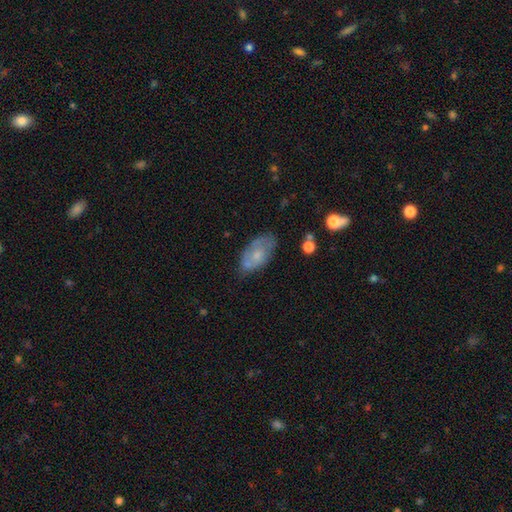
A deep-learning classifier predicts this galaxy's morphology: The model was most divided on "smooth or featured": smooth: 50%, featured or disk: 42%, star or artifact: 8%. More confident: merging — none (59%).